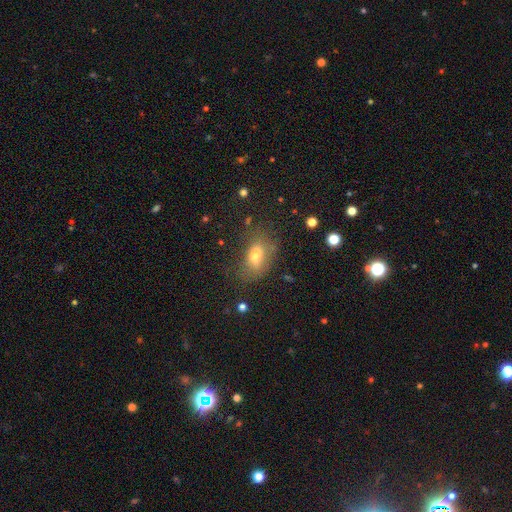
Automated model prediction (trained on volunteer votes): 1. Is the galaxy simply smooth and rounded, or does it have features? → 66% smooth, 21% featured or disk, 13% star or artifact.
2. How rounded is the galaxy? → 81% in between, 16% round, 3% cigar-shaped.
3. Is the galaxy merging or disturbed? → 61% none, 22% minor disturbance, 13% major disturbance, 3% merger.